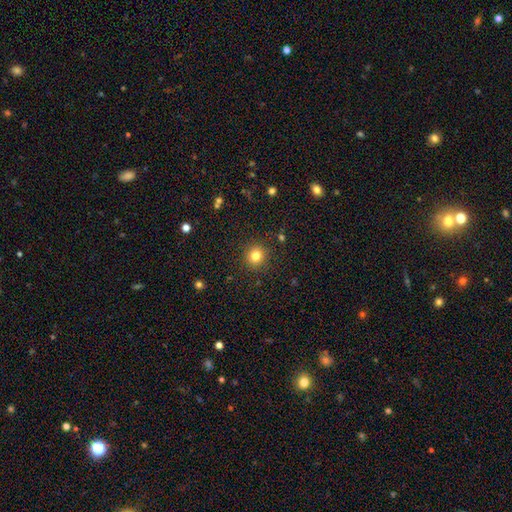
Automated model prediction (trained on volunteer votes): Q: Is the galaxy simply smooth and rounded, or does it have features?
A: smooth — 81%.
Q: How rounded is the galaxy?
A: round — 92%.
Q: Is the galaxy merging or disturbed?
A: none — 90%.